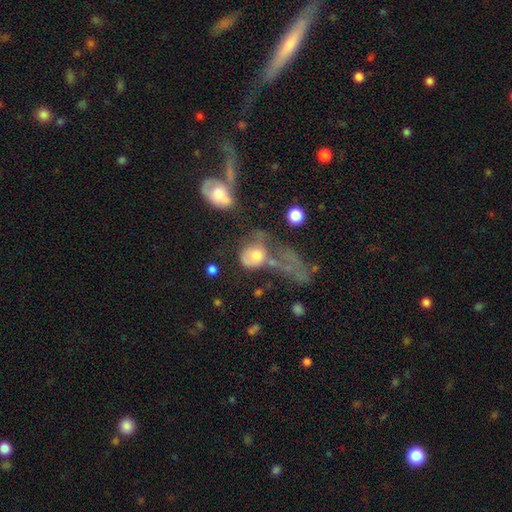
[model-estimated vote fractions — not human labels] A smooth galaxy with no disk features (55%) that is round (52%).

Vote fractions:
- Smooth or featured? smooth: 55% / featured or disk: 35% / star or artifact: 11%
- How rounded? round: 52% / in between: 45% / cigar-shaped: 2%
- Merging? major disturbance: 41% / merger: 28% / none: 18% / minor disturbance: 13%